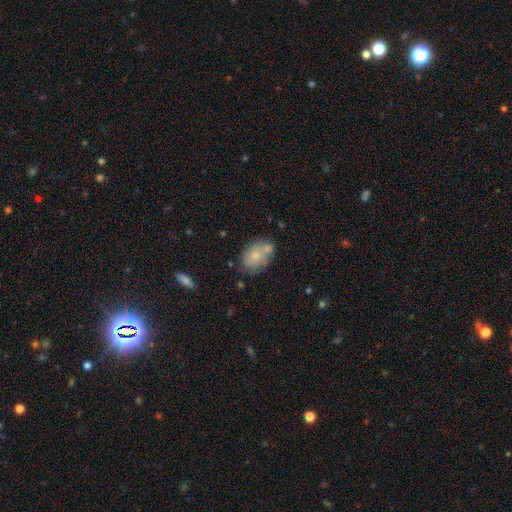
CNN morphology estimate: This appears to be a smooth galaxy with no disk features (65%) that is in between round and cigar-shaped (80%). Merging: none (51%).